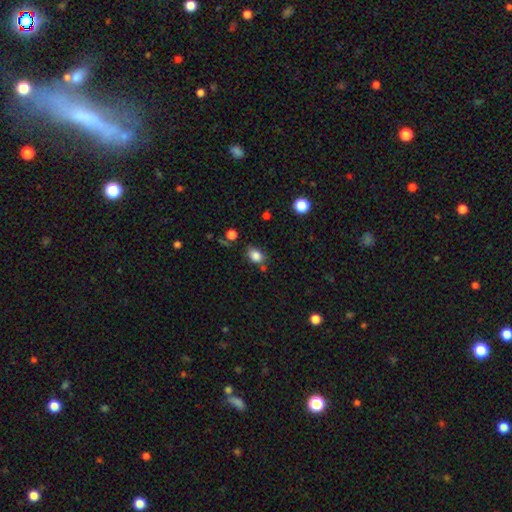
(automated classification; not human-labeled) smooth_or_featured: smooth (p=0.84) [alt: star or artifact p=0.11]
how_rounded: in between (p=0.69) [alt: round p=0.30]
merging: none (p=0.69) [alt: minor disturbance p=0.18]